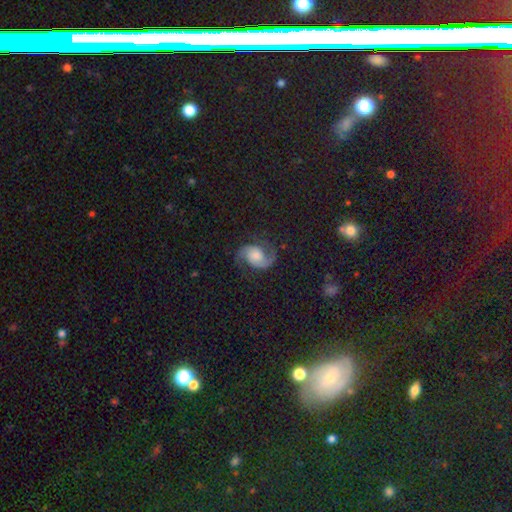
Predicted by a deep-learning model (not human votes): Smooth or featured: featured or disk — 84% (smooth — 8%)
Edge-on disk: no — 98% (yes — 2%)
Bar: no — 67% (weak — 26%)
Spiral arms: yes — 97% (no — 3%)
Spiral winding: medium — 53% (loose — 31%)
Spiral arm count: 2 — 94% (can't tell — 2%)
Bulge size: moderate — 37% (large — 25%)
Merging: none — 77% (minor disturbance — 14%)